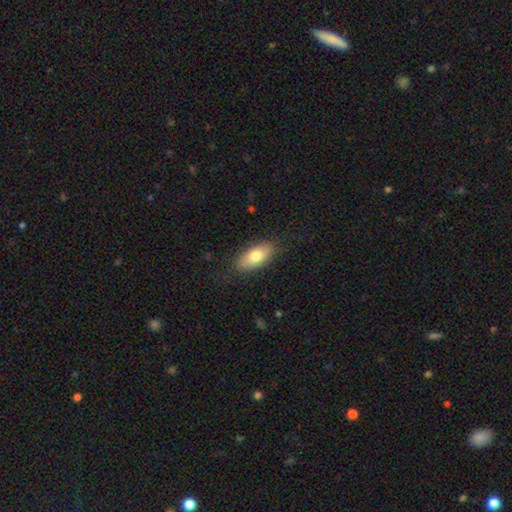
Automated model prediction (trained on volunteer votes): Overall: smooth (75%). How rounded: in between (88%). Merging: none (83%).